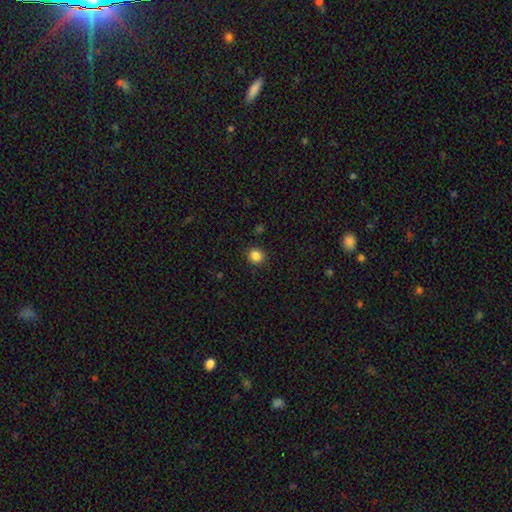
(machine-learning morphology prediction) The model was most divided on "smooth or featured": smooth: 85%, star or artifact: 11%, featured or disk: 3%. More confident: merging — none (91%); how rounded — round (90%).